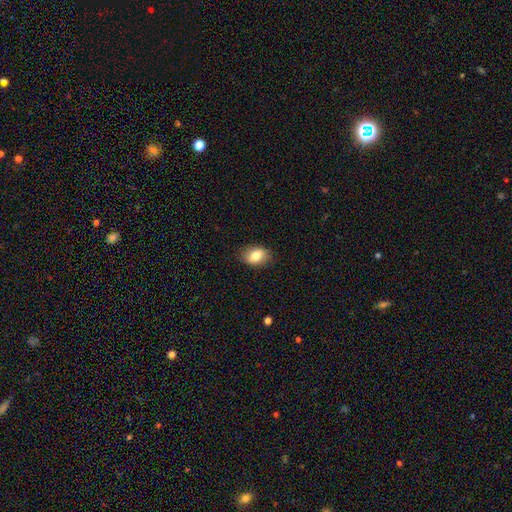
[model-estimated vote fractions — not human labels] Smooth or featured?
  - smooth: 80% *
  - featured or disk: 12%
  - star or artifact: 8%
How rounded?
  - in between: 80% *
  - round: 19%
  - cigar-shaped: 1%
Merging?
  - none: 84% *
  - minor disturbance: 13%
  - major disturbance: 3%
  - merger: 1%